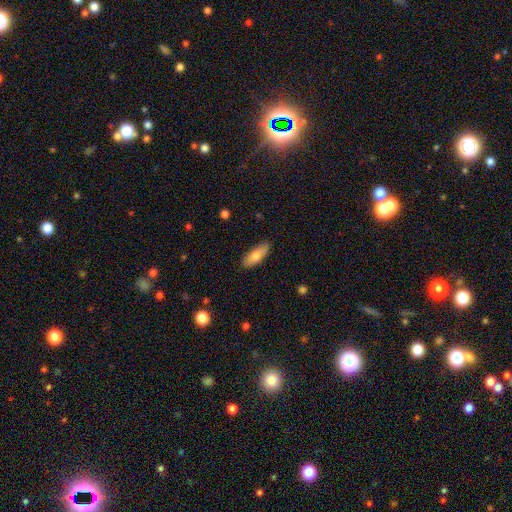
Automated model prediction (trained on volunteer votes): This appears to be a smooth galaxy with no disk features (78%) that is in between round and cigar-shaped (69%). Merging: none (84%).